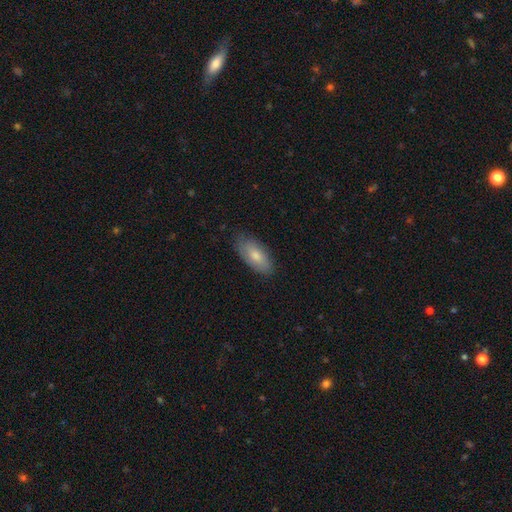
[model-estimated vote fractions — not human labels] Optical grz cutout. It shows a smooth galaxy with no disk features (76%) that is in between round and cigar-shaped (88%). Merging: none (79%).